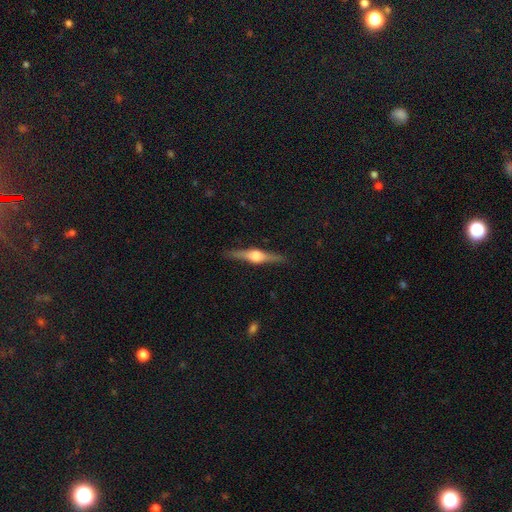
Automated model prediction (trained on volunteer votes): Smooth or featured?
  - featured or disk: 81% *
  - smooth: 13%
  - star or artifact: 6%
Edge-on disk?
  - yes: 98% *
  - no: 2%
Edge-on bulge?
  - rounded: 93% *
  - boxy: 5%
  - none: 2%
Merging?
  - none: 90% *
  - minor disturbance: 7%
  - major disturbance: 2%
  - merger: 1%